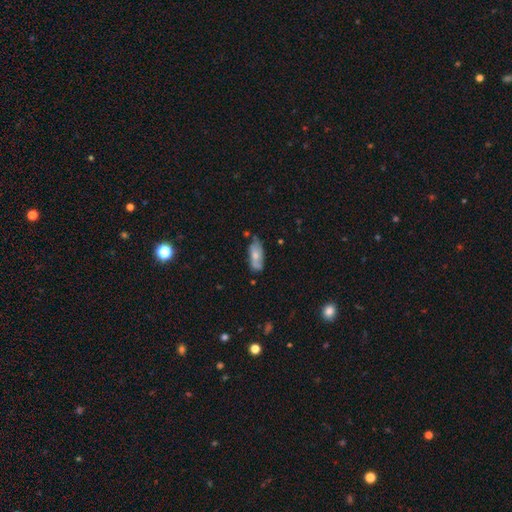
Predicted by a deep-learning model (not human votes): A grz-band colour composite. It shows a smooth galaxy with no disk features (62%) that is in between round and cigar-shaped (81%). Merging: none (61%).